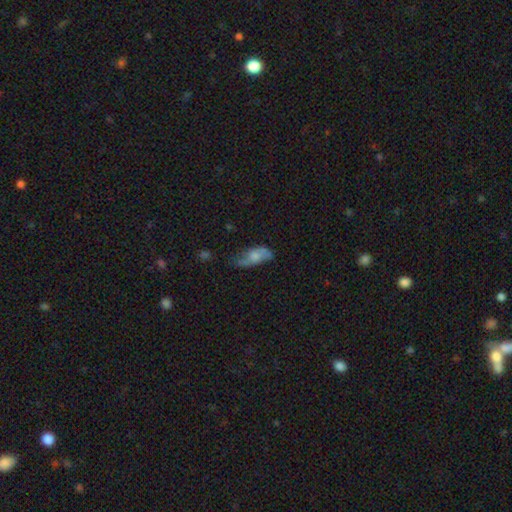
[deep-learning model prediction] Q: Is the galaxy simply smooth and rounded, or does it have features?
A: smooth — 60%.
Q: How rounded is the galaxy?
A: in between — 82%.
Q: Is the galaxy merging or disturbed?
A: none — 40%.